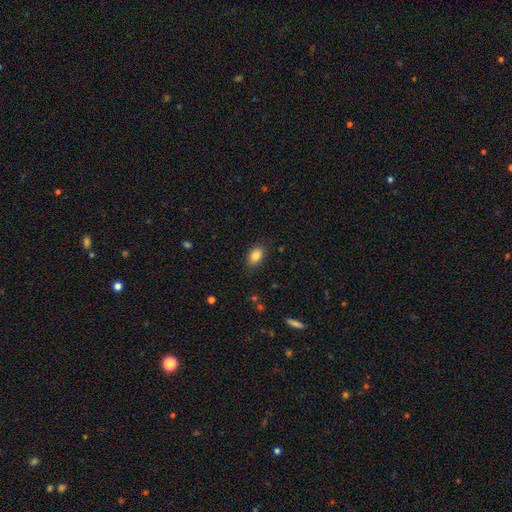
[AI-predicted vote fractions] Morphology: type=smooth (85%); roundness=in between (86%); merging=none (83%).